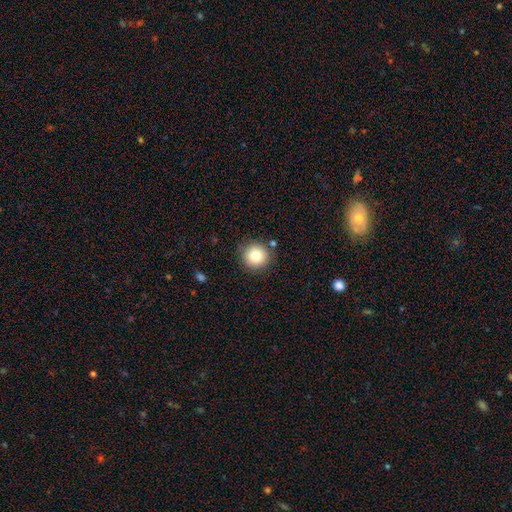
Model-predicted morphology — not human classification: smooth_or_featured: smooth (p=0.79) [alt: star or artifact p=0.11]
how_rounded: round (p=0.95) [alt: in between p=0.05]
merging: none (p=0.86) [alt: minor disturbance p=0.09]